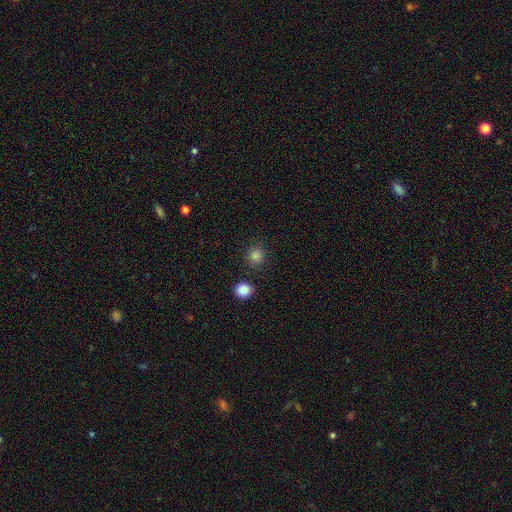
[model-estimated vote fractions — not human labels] Smooth or featured: smooth — 84% (star or artifact — 13%)
How rounded: round — 88% (in between — 11%)
Merging: none — 87% (minor disturbance — 7%)